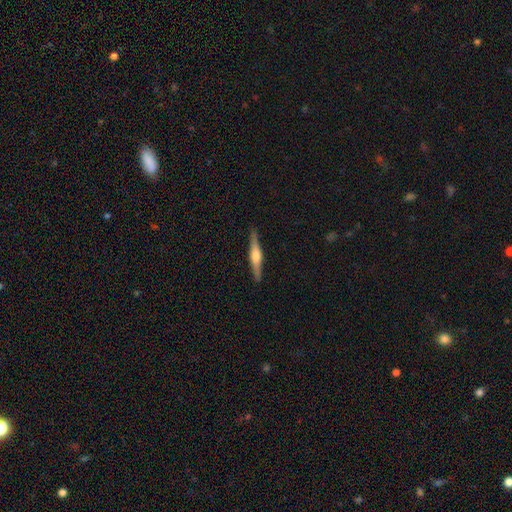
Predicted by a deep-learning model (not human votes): Smooth or featured: featured or disk — 67% (smooth — 27%)
Edge-on disk: yes — 98% (no — 2%)
Edge-on bulge: rounded — 84% (boxy — 11%)
Merging: none — 90% (minor disturbance — 7%)